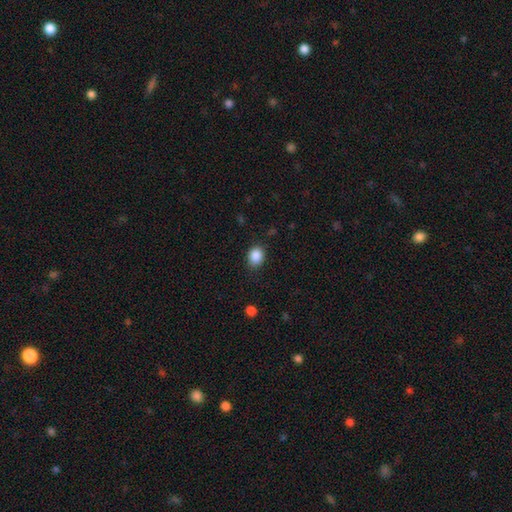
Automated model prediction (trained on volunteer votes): Morphology: type=smooth (88%); roundness=round (51%); merging=none (84%).